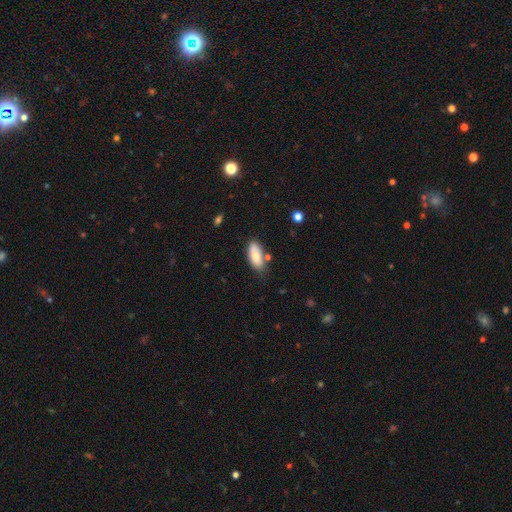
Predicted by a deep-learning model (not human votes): A smooth galaxy with no disk features (80%) that is in between round and cigar-shaped (83%).

Vote fractions:
- Smooth or featured? smooth: 80% / featured or disk: 13% / star or artifact: 7%
- How rounded? in between: 83% / cigar-shaped: 15% / round: 2%
- Merging? none: 69% / minor disturbance: 20% / merger: 7% / major disturbance: 4%